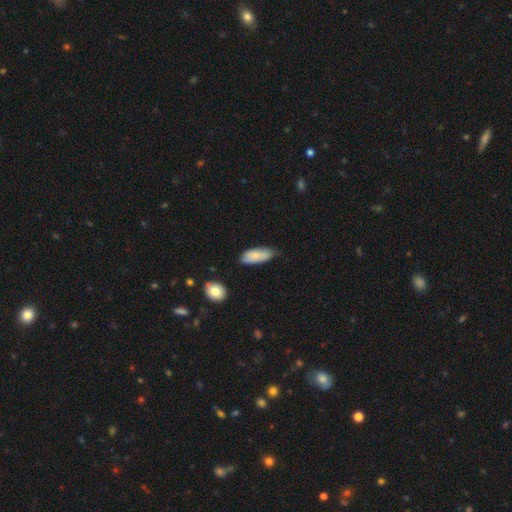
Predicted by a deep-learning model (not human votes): smooth 81%, featured or disk 12%, star or artifact 6%. Down the decision tree: how rounded — in between (81%); merging — none (64%).